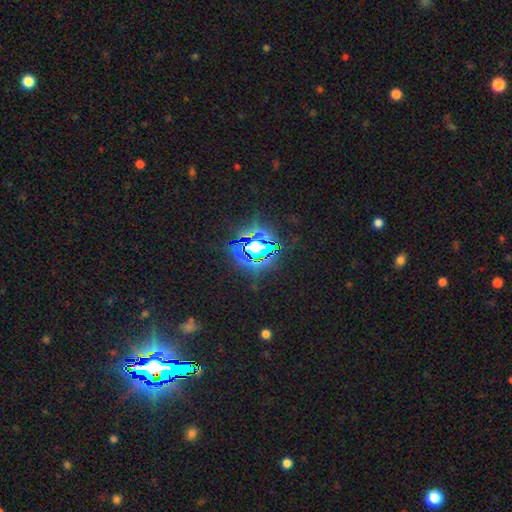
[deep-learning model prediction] Q: Smooth or featured?
A: star or artifact (83%); runner-up: smooth (10%)